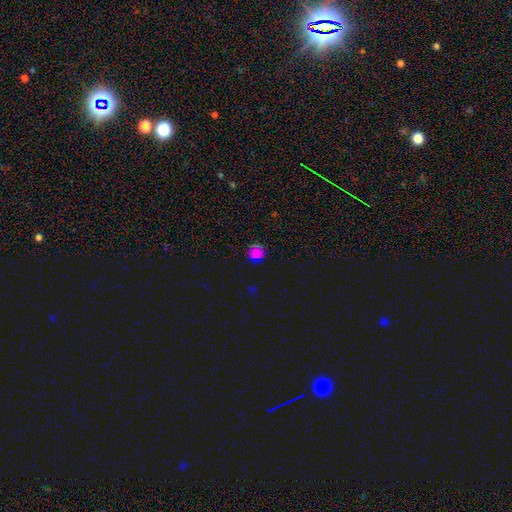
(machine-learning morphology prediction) Smooth or featured? smooth (69%)
How rounded? round (87%)
Merging? none (81%)